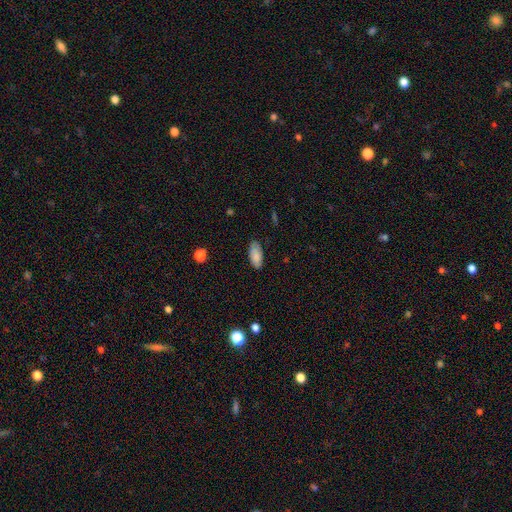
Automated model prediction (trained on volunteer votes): smooth_or_featured: smooth (p=0.83) [alt: featured or disk p=0.10]
how_rounded: in between (p=0.89) [alt: cigar-shaped p=0.09]
merging: none (p=0.80) [alt: minor disturbance p=0.16]